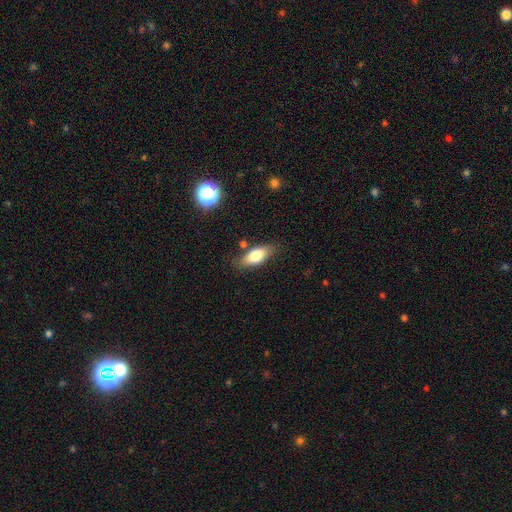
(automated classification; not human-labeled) This is likely a smooth galaxy (74%). How rounded: clearly in between (81%). Merging: likely none (78%).